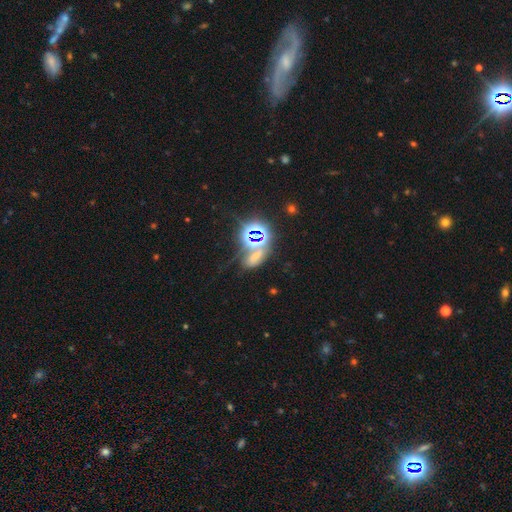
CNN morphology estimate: Smooth or featured? star or artifact (53%)